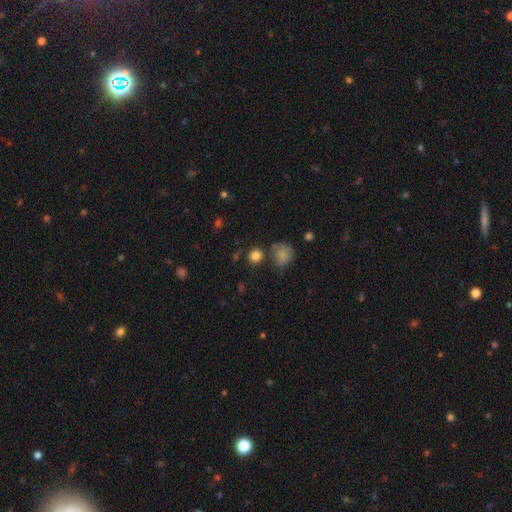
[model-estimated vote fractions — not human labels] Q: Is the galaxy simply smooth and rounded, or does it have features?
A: smooth — 83%.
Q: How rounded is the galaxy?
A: round — 82%.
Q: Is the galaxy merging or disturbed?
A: none — 73%.